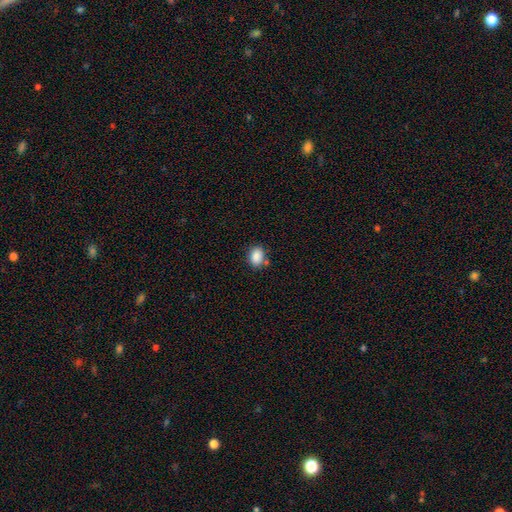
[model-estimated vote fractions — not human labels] Smooth or featured: smooth — 87% (star or artifact — 9%)
How rounded: in between — 73% (round — 25%)
Merging: none — 74% (minor disturbance — 15%)